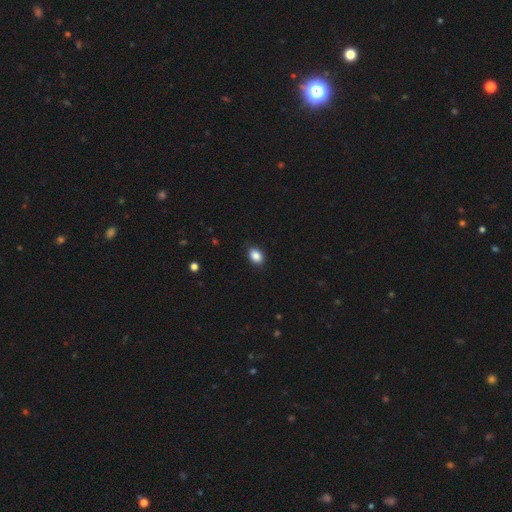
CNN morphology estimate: smooth_or_featured: smooth (p=0.87) [alt: star or artifact p=0.09]
how_rounded: in between (p=0.75) [alt: round p=0.24]
merging: none (p=0.86) [alt: minor disturbance p=0.11]